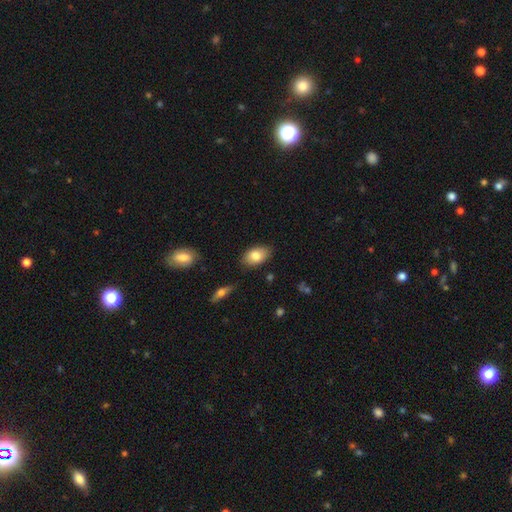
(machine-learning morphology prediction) Overall: smooth (81%). How rounded: in between (91%). Merging: none (84%).